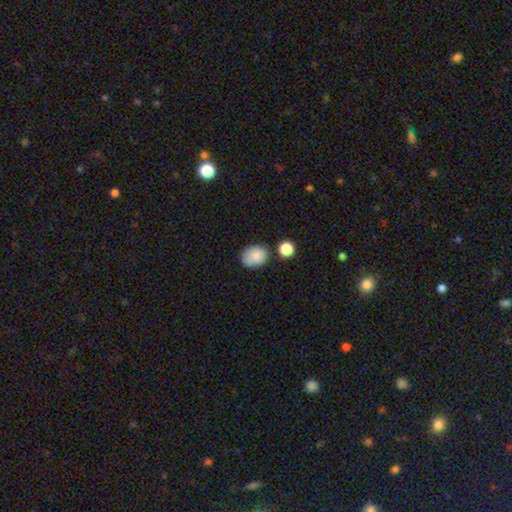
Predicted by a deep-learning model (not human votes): Smooth or featured? Predicted: smooth (p=0.84). How rounded? Predicted: in between (p=0.59). Merging? Predicted: none (p=0.68).